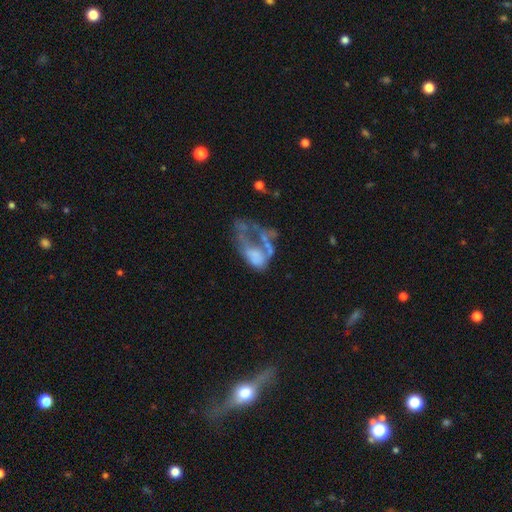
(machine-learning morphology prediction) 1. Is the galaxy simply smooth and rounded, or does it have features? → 55% featured or disk, 32% smooth, 13% star or artifact.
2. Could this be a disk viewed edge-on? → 98% no, 2% yes.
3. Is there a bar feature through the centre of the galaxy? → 89% no, 8% weak, 3% strong.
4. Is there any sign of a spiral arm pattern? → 87% no, 13% yes.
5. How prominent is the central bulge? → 64% none, 14% moderate, 12% small, 8% large, 3% dominant.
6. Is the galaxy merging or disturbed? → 47% major disturbance, 31% merger, 13% none, 10% minor disturbance.